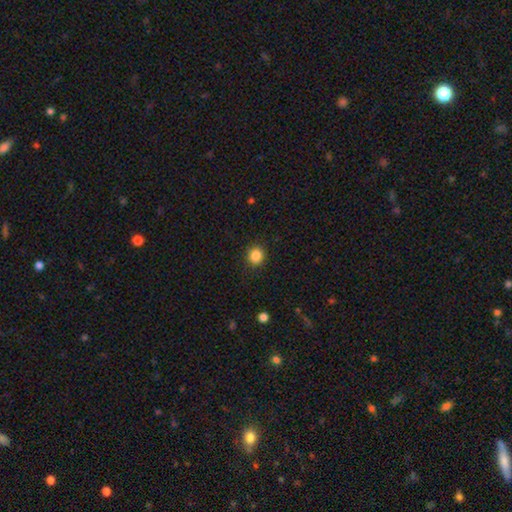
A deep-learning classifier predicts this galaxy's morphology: smooth_or_featured: smooth (p=0.86) [alt: star or artifact p=0.11]
how_rounded: round (p=0.84) [alt: in between p=0.15]
merging: none (p=0.89) [alt: minor disturbance p=0.07]